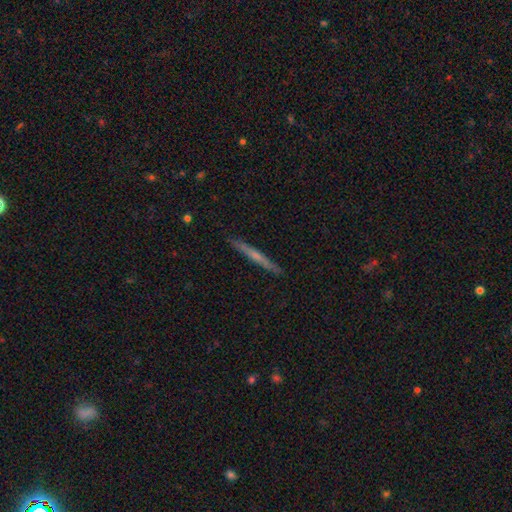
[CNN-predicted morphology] Smooth or featured? featured or disk (53%)
Edge-on disk? yes (97%)
Edge-on bulge? none (62%)
Merging? none (92%)